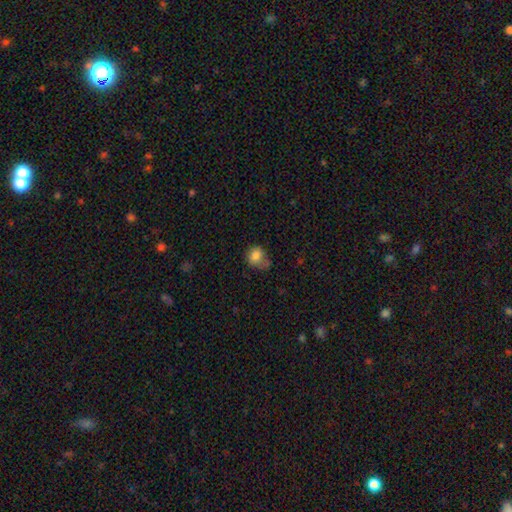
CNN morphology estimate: A smooth galaxy with no disk features (80%) that is round (55%). Merging: none (40%).